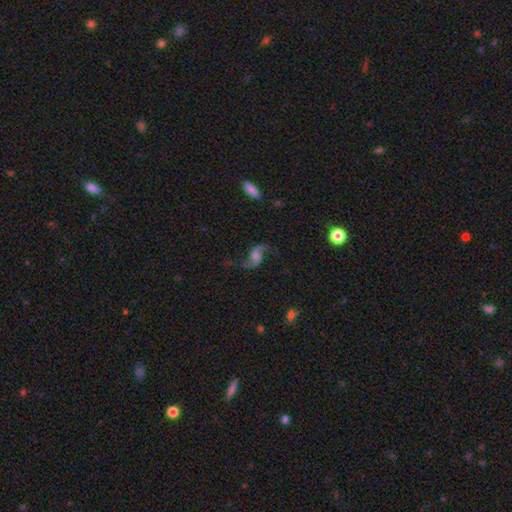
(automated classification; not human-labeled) This is clearly a featured or disk galaxy (85%). It is clearly not viewed edge-on (97%). Bar: possibly no (57%). Spiral arm pattern: clearly yes (95%). Spiral arm count: clearly 2 (93%). Spiral winding: clearly loose (87%). Central bulge: marginally moderate (34%, tied with small). Merging: likely none (72%).